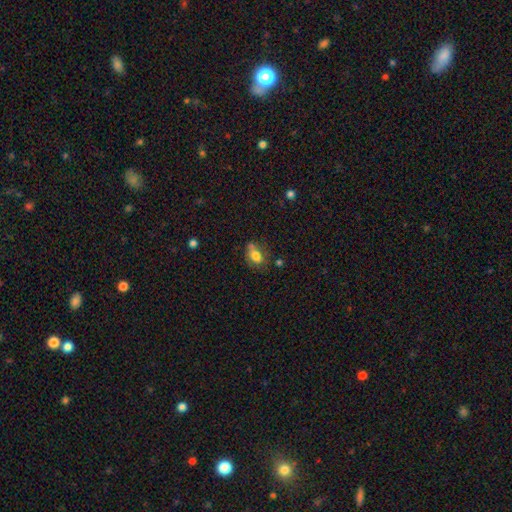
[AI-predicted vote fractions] A smooth galaxy with no disk features (74%) that is in between round and cigar-shaped (74%). Merging: none (48%).